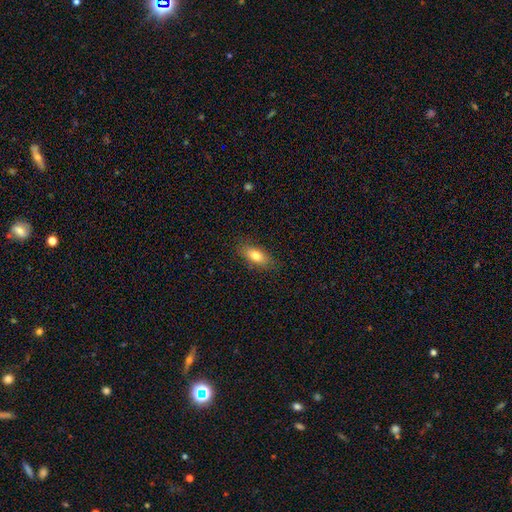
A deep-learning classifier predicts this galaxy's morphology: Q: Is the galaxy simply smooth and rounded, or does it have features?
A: smooth — 77%.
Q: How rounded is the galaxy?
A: in between — 79%.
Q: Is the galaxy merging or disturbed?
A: none — 84%.